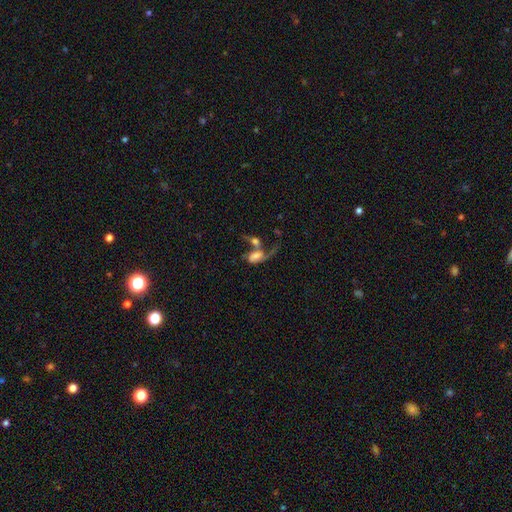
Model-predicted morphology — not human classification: Smooth or featured? Predicted: featured or disk (p=0.53). Edge-on disk? Predicted: no (p=0.94). Merging? Predicted: merger (p=0.60).